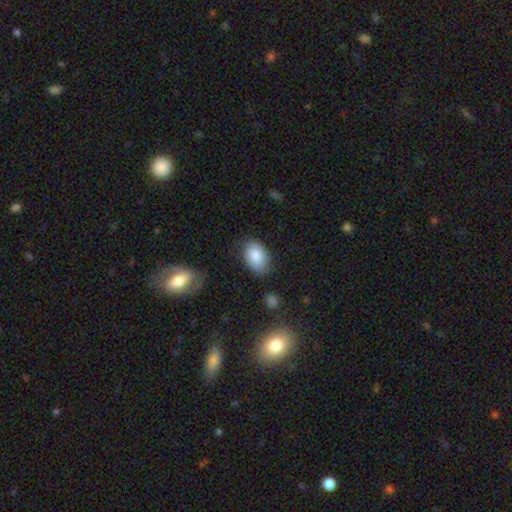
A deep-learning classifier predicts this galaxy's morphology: Overall: smooth (84%). How rounded: in between (86%). Merging: none (74%).